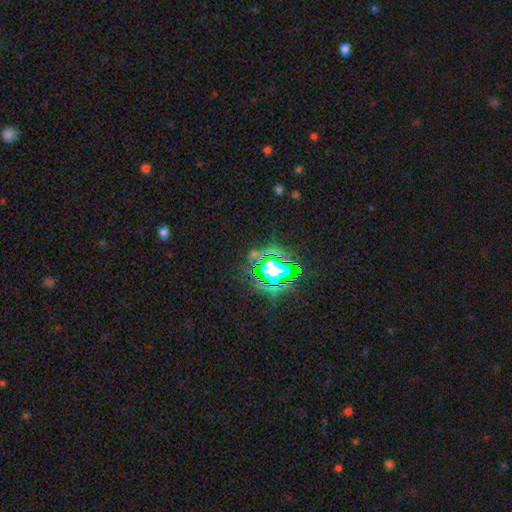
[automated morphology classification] Smooth or featured: star or artifact — 71% (smooth — 18%)